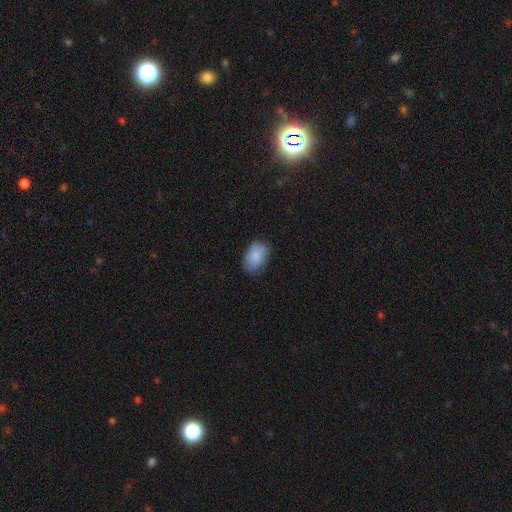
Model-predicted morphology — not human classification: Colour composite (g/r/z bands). It shows a smooth galaxy with no disk features (86%) that is in between round and cigar-shaped (84%). Merging: none (76%).